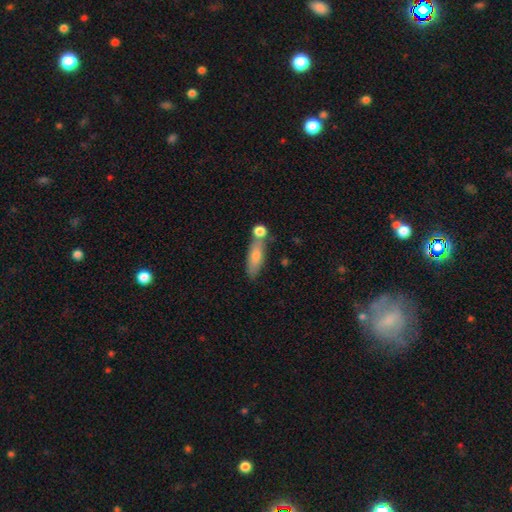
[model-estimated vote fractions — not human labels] Smooth or featured? smooth (75%)
How rounded? in between (58%)
Merging? none (50%)